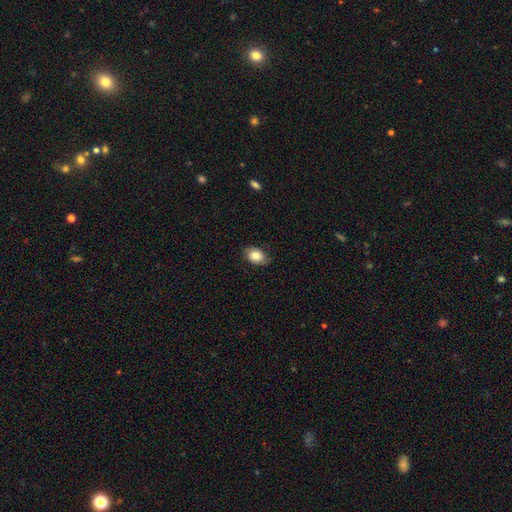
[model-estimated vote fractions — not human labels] Smooth or featured? smooth (82%)
How rounded? in between (74%)
Merging? none (81%)